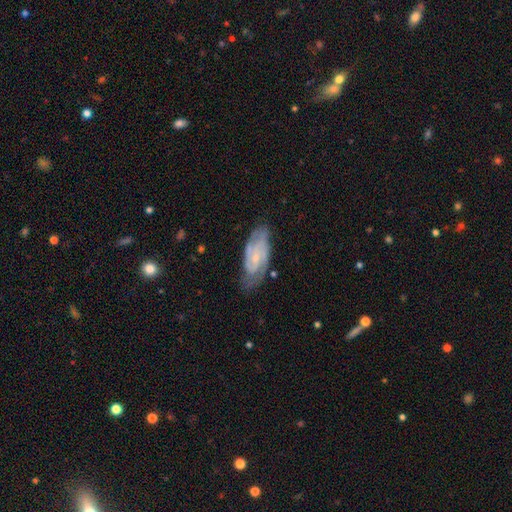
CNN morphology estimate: This is likely a featured or disk galaxy (78%). It is clearly not viewed edge-on (94%). Bar: marginally no (45%). Spiral arm pattern: clearly yes (94%). Spiral arm count: possibly 2 (59%). Spiral winding: possibly tight (49%). Central bulge: likely small (66%). Merging: likely none (70%).